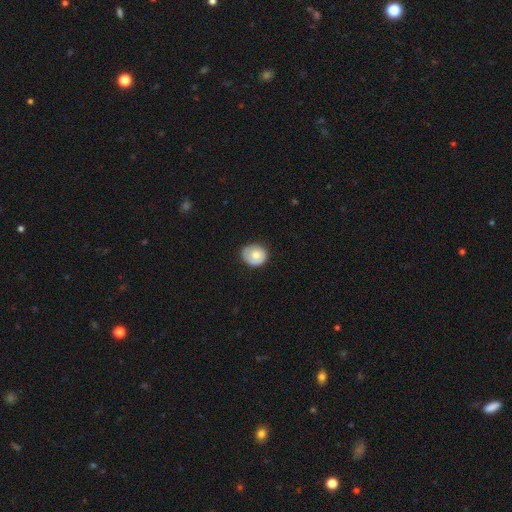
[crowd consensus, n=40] Smooth or featured? smooth (72%)
How rounded? round (90%)
Merging? none (86%)